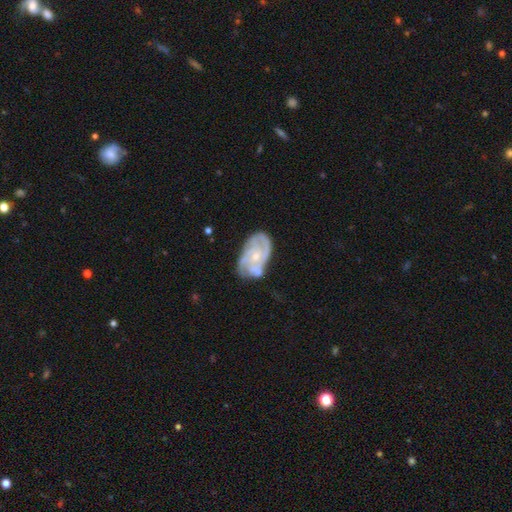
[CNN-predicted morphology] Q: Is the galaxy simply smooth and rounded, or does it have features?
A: featured or disk — 79%.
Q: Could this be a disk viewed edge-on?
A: no — 97%.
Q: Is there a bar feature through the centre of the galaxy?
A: no — 73%.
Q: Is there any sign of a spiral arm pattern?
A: yes — 89%.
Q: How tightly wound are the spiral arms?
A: tight — 56%.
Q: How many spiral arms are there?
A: can't tell — 30%, tied with 3.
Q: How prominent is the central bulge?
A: small — 57%.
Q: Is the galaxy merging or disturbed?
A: none — 53%.